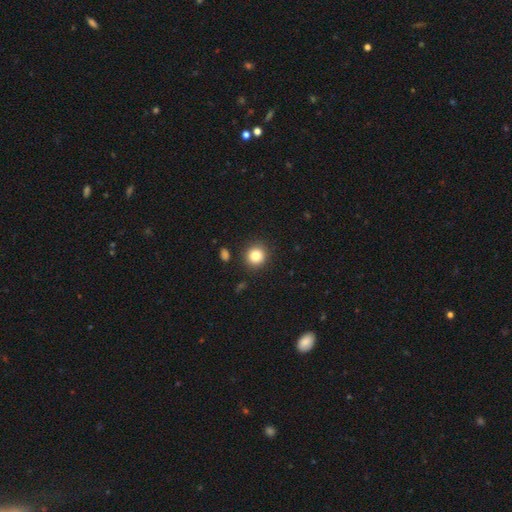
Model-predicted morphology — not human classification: Smooth or featured? smooth (84%)
How rounded? round (91%)
Merging? none (89%)